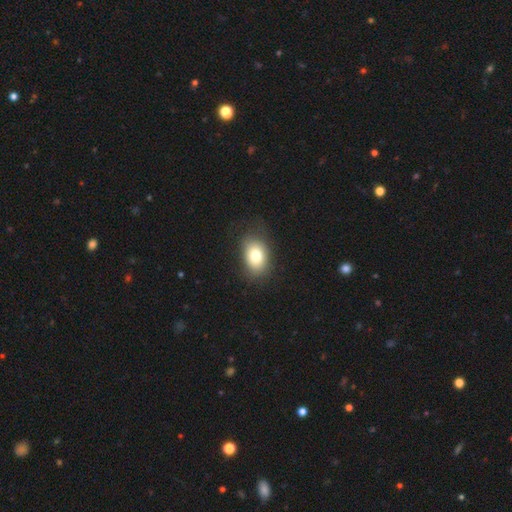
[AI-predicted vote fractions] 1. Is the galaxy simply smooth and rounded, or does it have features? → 78% smooth, 13% featured or disk, 9% star or artifact.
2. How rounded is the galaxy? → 79% in between, 20% round, 1% cigar-shaped.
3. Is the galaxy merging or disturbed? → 79% none, 15% minor disturbance, 5% major disturbance, 1% merger.